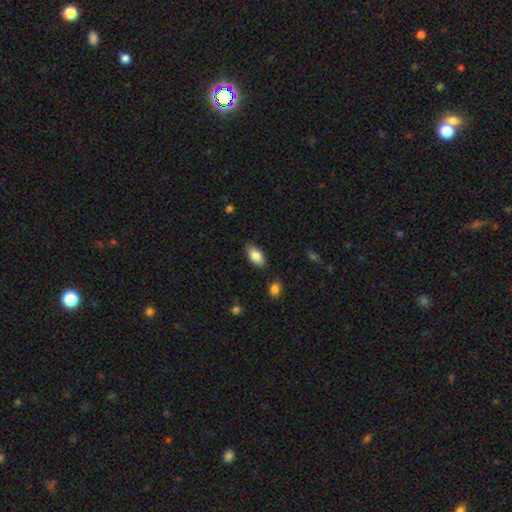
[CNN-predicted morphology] Smooth or featured? smooth (84%)
How rounded? in between (93%)
Merging? none (87%)